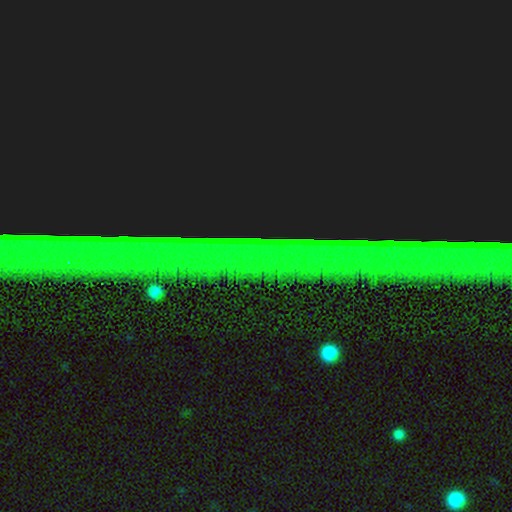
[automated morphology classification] Smooth or featured: star or artifact — 79% (smooth — 11%)